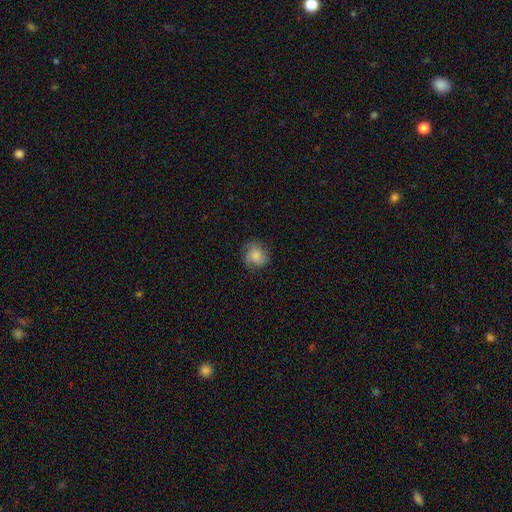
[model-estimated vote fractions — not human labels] smooth-or-featured: smooth: 71% | featured or disk: 20% | star or artifact: 9%
  how-rounded: round: 75% | in between: 24% | cigar-shaped: 1%
  merging: none: 71% | minor disturbance: 20% | major disturbance: 7% | merger: 1%